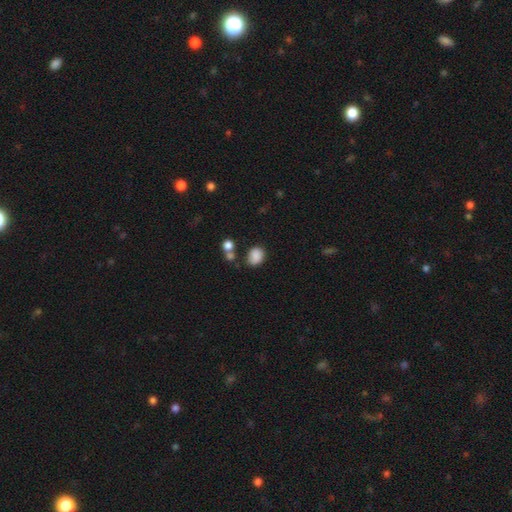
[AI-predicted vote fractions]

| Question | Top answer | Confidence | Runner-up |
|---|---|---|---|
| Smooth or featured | smooth | 85% | star or artifact (10%) |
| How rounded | in between | 54% | round (45%) |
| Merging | none | 67% | minor disturbance (17%) |